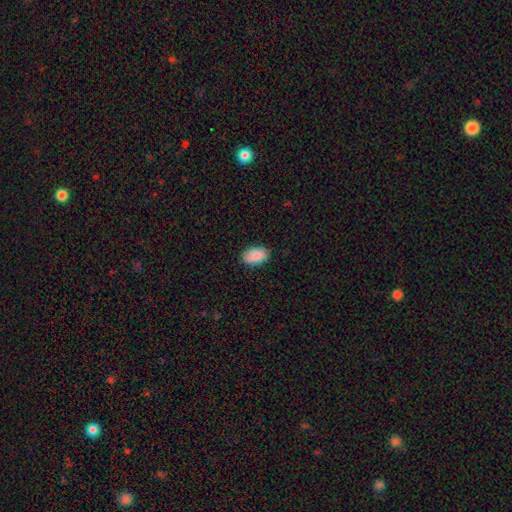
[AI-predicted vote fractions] The model was most divided on "merging": none: 82%, minor disturbance: 14%, major disturbance: 3%, merger: 1%. More confident: how rounded — in between (92%); smooth or featured — smooth (89%).